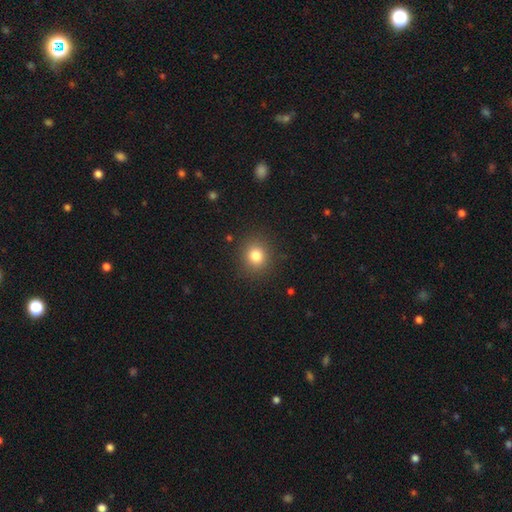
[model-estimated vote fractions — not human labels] This is clearly a smooth galaxy (81%). How rounded: clearly round (83%). Merging: clearly none (89%).